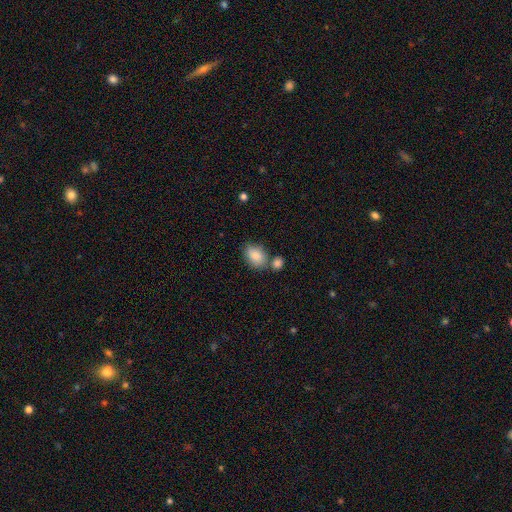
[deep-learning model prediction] Q: Smooth or featured?
A: smooth (85%); runner-up: featured or disk (7%)
Q: How rounded?
A: in between (79%); runner-up: round (20%)
Q: Merging?
A: none (59%); runner-up: merger (22%)